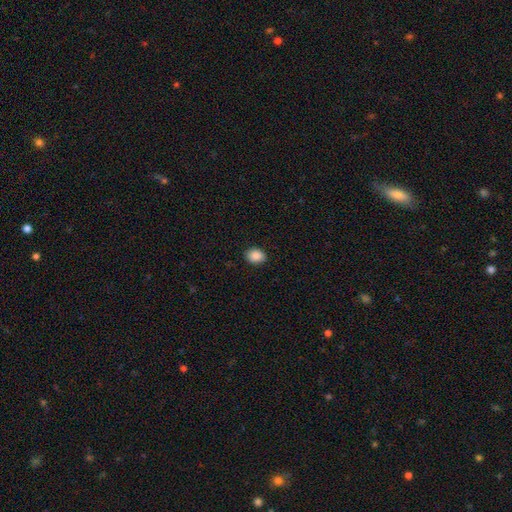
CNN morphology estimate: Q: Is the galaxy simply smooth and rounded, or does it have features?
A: smooth — 89%.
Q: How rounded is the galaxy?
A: in between — 55%.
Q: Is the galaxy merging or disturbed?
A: none — 89%.